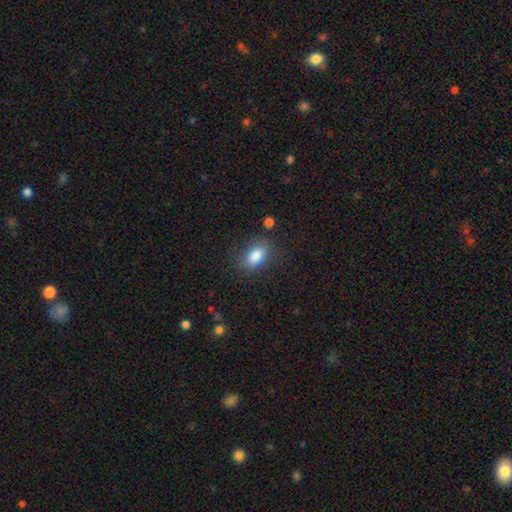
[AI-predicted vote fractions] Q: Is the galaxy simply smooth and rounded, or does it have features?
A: smooth — 83%.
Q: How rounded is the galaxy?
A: in between — 84%.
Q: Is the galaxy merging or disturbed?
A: none — 79%.